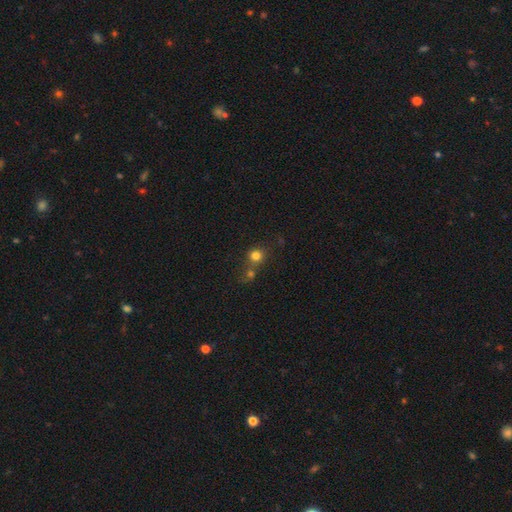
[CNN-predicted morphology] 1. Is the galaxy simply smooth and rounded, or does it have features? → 77% smooth, 15% star or artifact, 8% featured or disk.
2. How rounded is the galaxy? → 87% round, 12% in between, 1% cigar-shaped.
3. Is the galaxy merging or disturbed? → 52% none, 35% merger, 8% minor disturbance, 5% major disturbance.